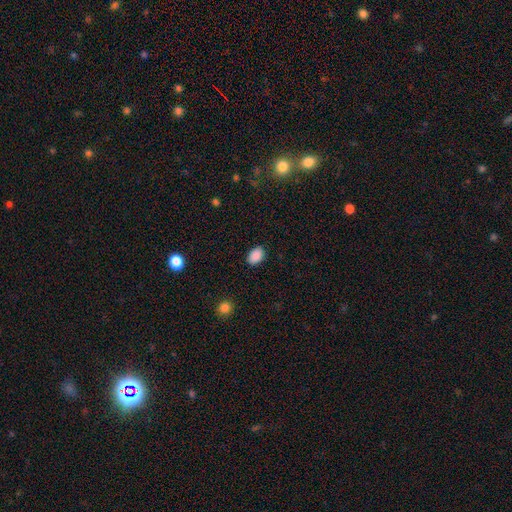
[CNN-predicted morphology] This appears to be a smooth galaxy with no disk features (89%) that is in between round and cigar-shaped (83%). Merging: none (88%).